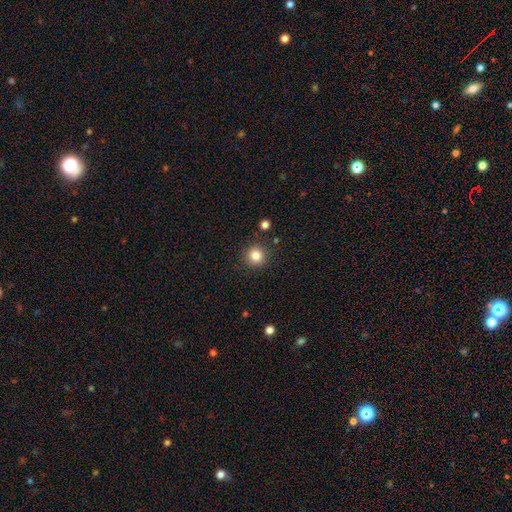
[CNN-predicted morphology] smooth_or_featured: smooth (p=0.84) [alt: star or artifact p=0.11]
how_rounded: round (p=0.93) [alt: in between p=0.06]
merging: none (p=0.88) [alt: minor disturbance p=0.07]